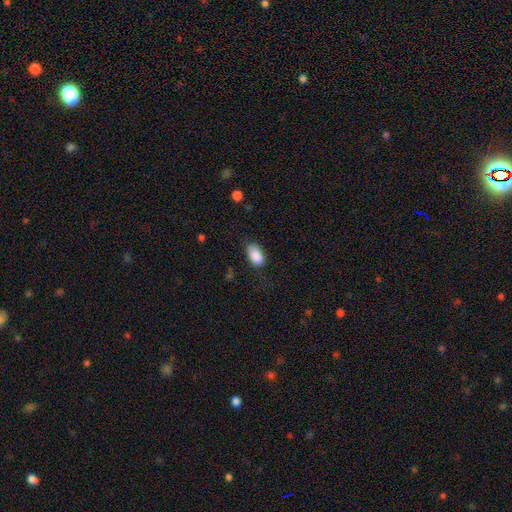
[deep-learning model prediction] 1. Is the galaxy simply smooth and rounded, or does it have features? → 89% smooth, 7% star or artifact, 4% featured or disk.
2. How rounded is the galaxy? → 93% in between, 6% round, 2% cigar-shaped.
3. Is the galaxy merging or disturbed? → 71% none, 21% minor disturbance, 6% major disturbance, 1% merger.